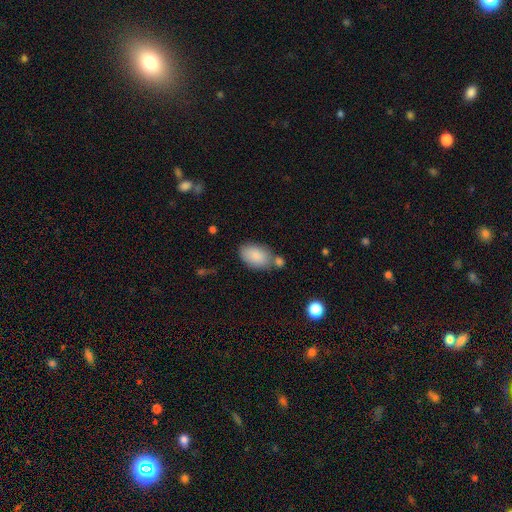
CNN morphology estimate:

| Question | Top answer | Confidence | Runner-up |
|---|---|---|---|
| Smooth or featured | smooth | 87% | featured or disk (7%) |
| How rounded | in between | 92% | round (6%) |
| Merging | none | 61% | merger (17%) |